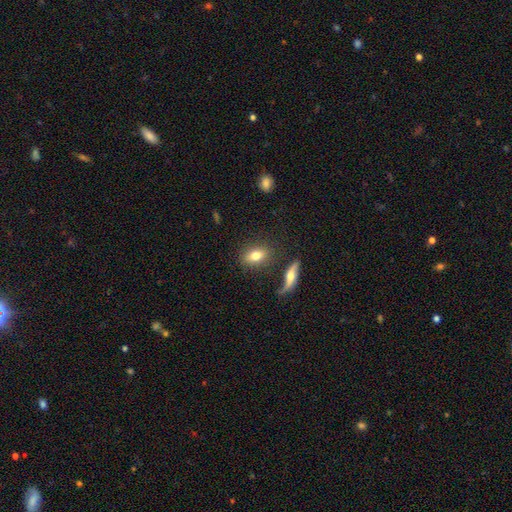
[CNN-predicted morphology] Smooth or featured?
  - smooth: 74% *
  - featured or disk: 18%
  - star or artifact: 8%
How rounded?
  - in between: 78% *
  - round: 16%
  - cigar-shaped: 6%
Merging?
  - none: 77% *
  - minor disturbance: 12%
  - merger: 7%
  - major disturbance: 4%